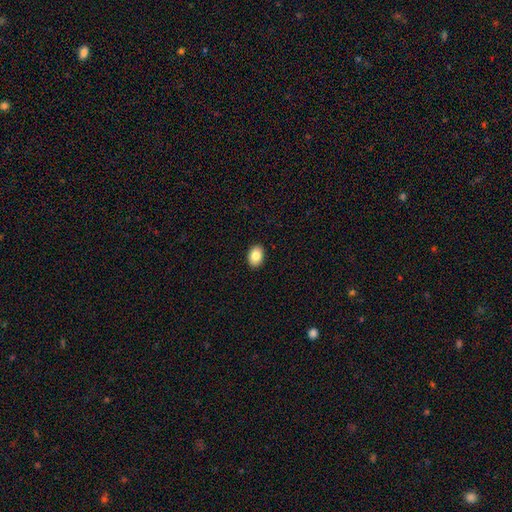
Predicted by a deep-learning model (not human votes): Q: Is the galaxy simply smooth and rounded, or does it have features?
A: smooth — 85%.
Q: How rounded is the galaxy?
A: in between — 82%.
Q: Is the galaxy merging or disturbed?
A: none — 91%.